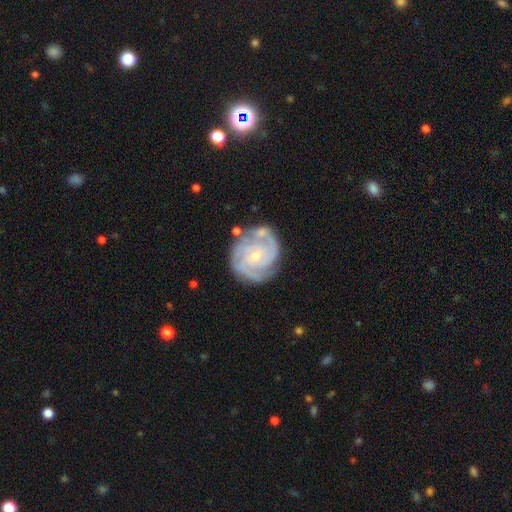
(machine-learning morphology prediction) The model was most divided on "spiral arm count": 3: 40%, 2: 24%, 4: 14%, can't tell: 13%, more than 4: 4%, 1: 4%. More confident: edge-on disk — no (98%); spiral arms — yes (98%); smooth or featured — featured or disk (89%); merging — none (71%); spiral winding — tight (69%); bar — no (69%); bulge size — small (67%).